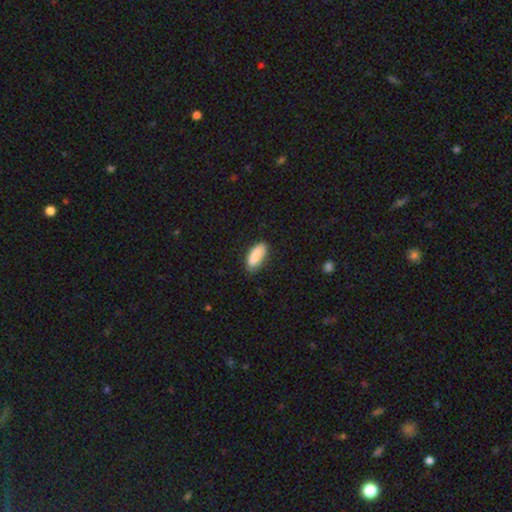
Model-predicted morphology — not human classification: Smooth or featured? smooth (88%)
How rounded? in between (76%)
Merging? none (81%)